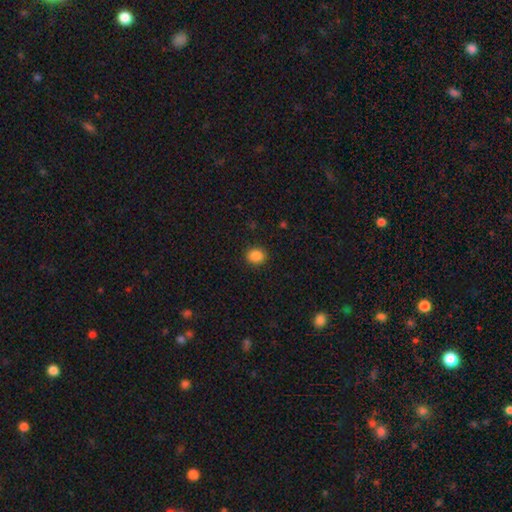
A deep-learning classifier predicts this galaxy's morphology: Smooth or featured: smooth — 87% (star or artifact — 10%)
How rounded: round — 69% (in between — 30%)
Merging: none — 90% (minor disturbance — 7%)